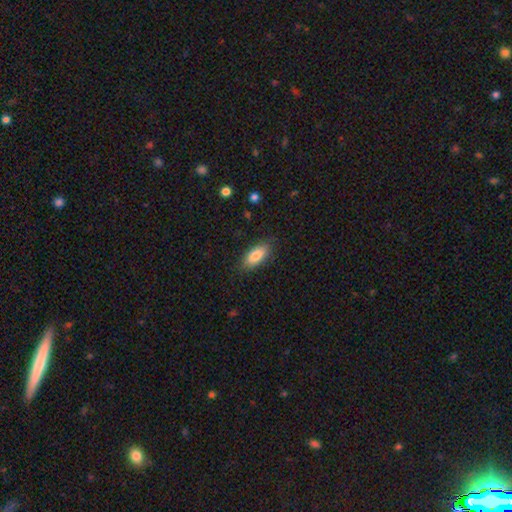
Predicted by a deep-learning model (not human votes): smooth_or_featured: smooth (p=0.82) [alt: featured or disk p=0.11]
how_rounded: in between (p=0.84) [alt: cigar-shaped p=0.14]
merging: none (p=0.83) [alt: minor disturbance p=0.13]